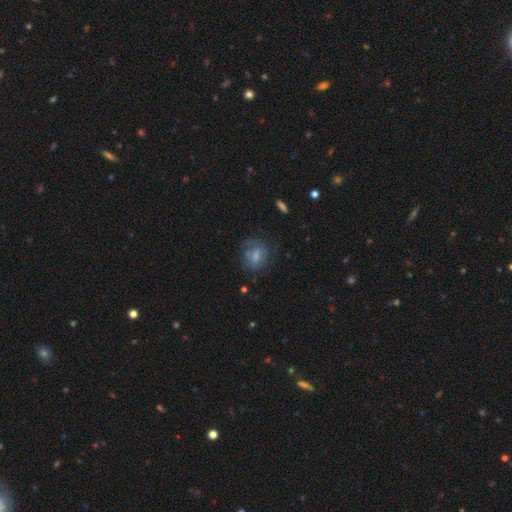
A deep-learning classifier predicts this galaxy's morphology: Q: Smooth or featured?
A: smooth (49%); runner-up: featured or disk (41%)
Q: Merging?
A: none (54%); runner-up: minor disturbance (24%)